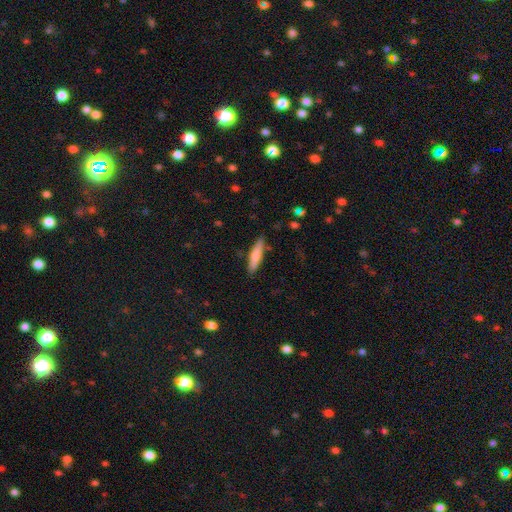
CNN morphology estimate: Smooth or featured? smooth (71%)
How rounded? cigar-shaped (82%)
Merging? none (85%)